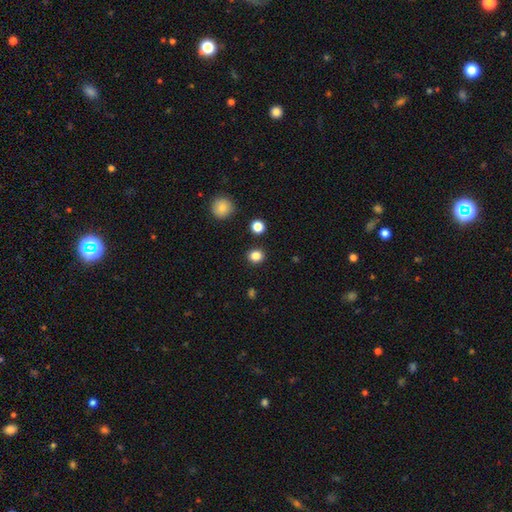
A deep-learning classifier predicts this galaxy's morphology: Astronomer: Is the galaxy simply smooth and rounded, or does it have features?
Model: smooth — 84%.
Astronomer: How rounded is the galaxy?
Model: round — 84%.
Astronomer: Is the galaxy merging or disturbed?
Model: none — 90%.